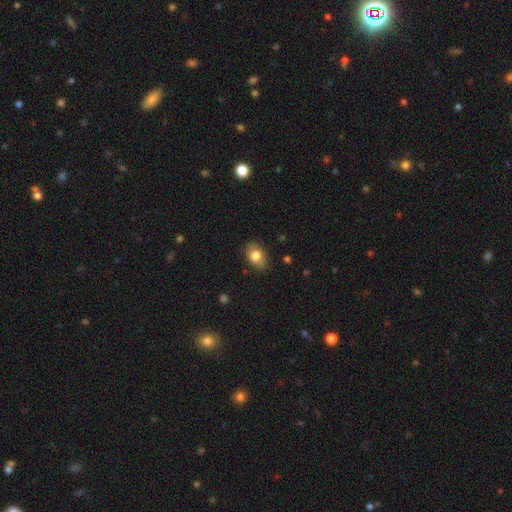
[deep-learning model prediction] Overall: smooth (80%). How rounded: in between (79%). Merging: none (79%).